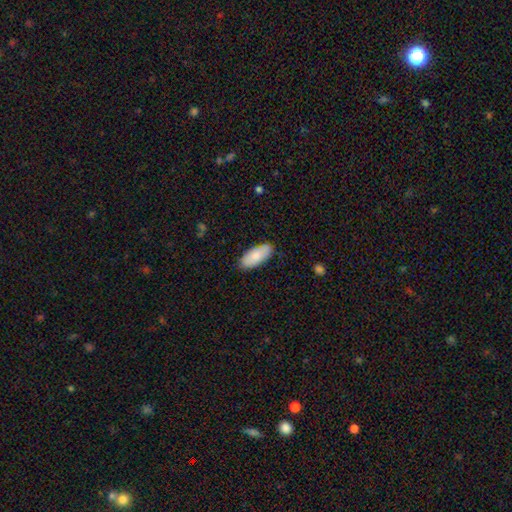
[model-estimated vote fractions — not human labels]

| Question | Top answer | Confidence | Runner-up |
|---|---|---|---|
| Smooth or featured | smooth | 82% | featured or disk (12%) |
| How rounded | in between | 89% | cigar-shaped (9%) |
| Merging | none | 84% | minor disturbance (13%) |